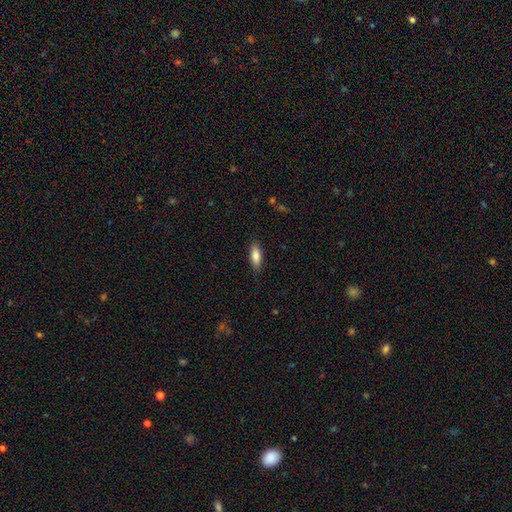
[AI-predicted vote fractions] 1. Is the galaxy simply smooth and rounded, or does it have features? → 82% smooth, 12% featured or disk, 6% star or artifact.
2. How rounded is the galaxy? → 70% in between, 28% cigar-shaped, 2% round.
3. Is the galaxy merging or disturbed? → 86% none, 11% minor disturbance, 2% major disturbance, 1% merger.